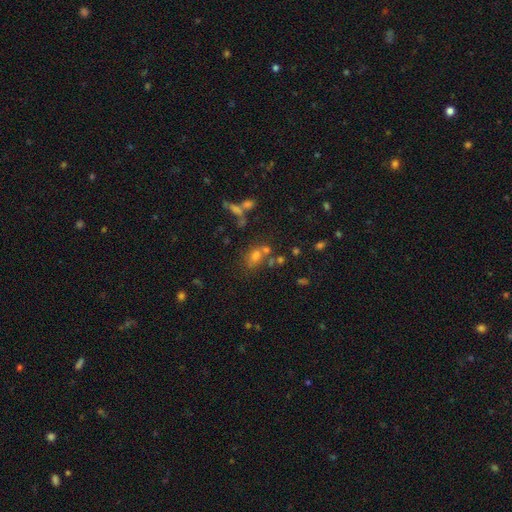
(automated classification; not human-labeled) A smooth galaxy with no disk features (61%) that is in between round and cigar-shaped (61%).

Vote fractions:
- Smooth or featured? smooth: 61% / star or artifact: 25% / featured or disk: 14%
- How rounded? in between: 61% / round: 36% / cigar-shaped: 3%
- Merging? none: 54% / merger: 25% / minor disturbance: 14% / major disturbance: 7%